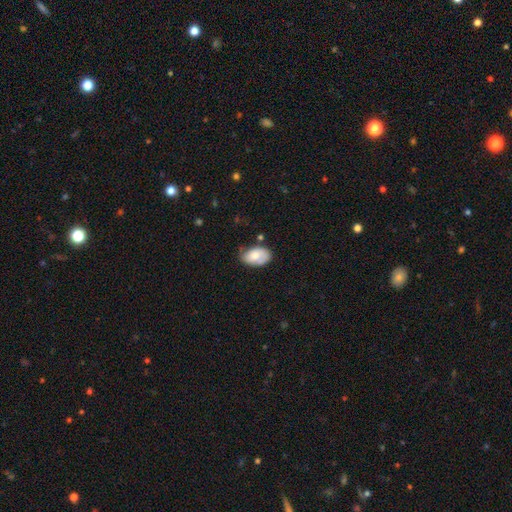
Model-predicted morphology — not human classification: This appears to be a smooth galaxy with no disk features (62%) that is in between round and cigar-shaped (91%). Merging: none (54%).